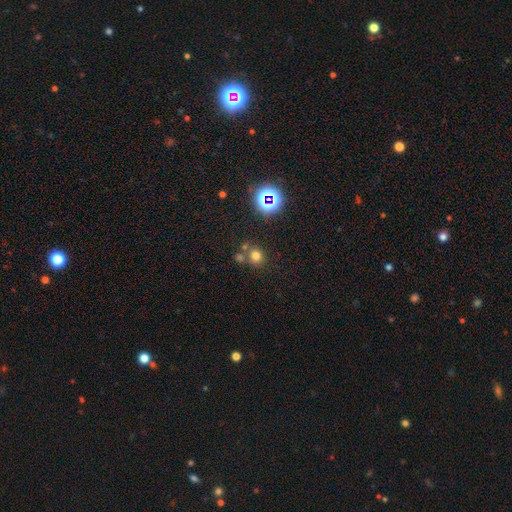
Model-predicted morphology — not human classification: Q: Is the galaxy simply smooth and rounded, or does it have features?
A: smooth — 69%.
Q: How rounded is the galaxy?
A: round — 83%.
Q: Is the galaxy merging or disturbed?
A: none — 65%.